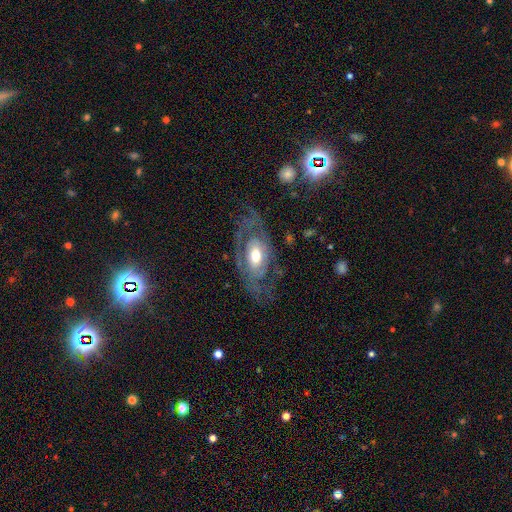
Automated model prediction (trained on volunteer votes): smooth-or-featured: featured or disk: 75% | smooth: 19% | star or artifact: 6%
  disk-edge-on: no: 92% | yes: 8%
    bar: no: 66% | weak: 25% | strong: 9%
    has-spiral-arms: yes: 71% | no: 29%
    bulge-size: moderate: 64% | large: 24% | small: 9% | dominant: 2% | none: 1%
  merging: none: 61% | minor disturbance: 19% | major disturbance: 18% | merger: 2%